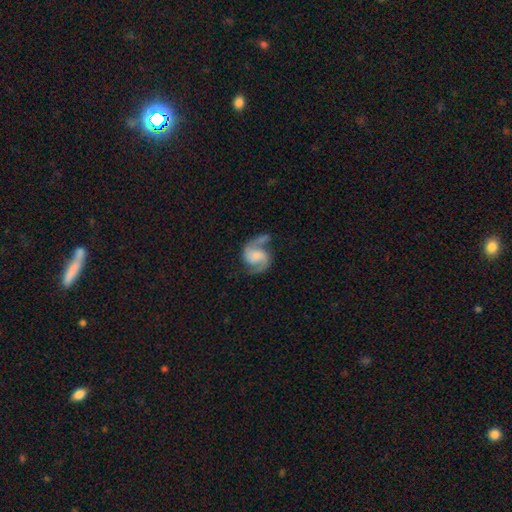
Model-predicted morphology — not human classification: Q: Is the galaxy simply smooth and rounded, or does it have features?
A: featured or disk — 87%.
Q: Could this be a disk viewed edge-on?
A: no — 98%.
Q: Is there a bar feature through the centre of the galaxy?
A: no — 53%.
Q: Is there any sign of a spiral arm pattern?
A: yes — 97%.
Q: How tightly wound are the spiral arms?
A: medium — 55%.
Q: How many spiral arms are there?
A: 2 — 93%.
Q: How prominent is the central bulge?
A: small — 38%.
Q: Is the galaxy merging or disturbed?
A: none — 65%.